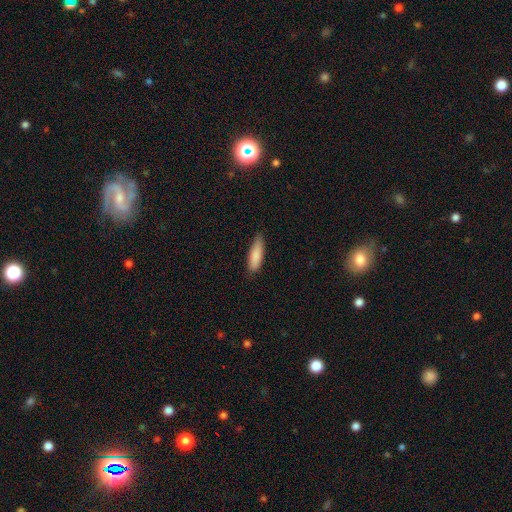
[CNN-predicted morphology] A smooth galaxy with no disk features (86%) that is cigar-shaped (60%). Merging: none (83%).